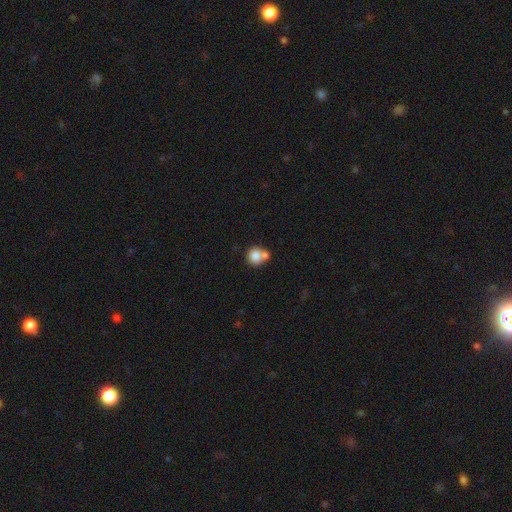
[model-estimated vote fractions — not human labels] smooth-or-featured: smooth: 79% | featured or disk: 12% | star or artifact: 9%
  how-rounded: round: 88% | in between: 11% | cigar-shaped: 1%
  merging: none: 45% | merger: 42% | minor disturbance: 9% | major disturbance: 3%